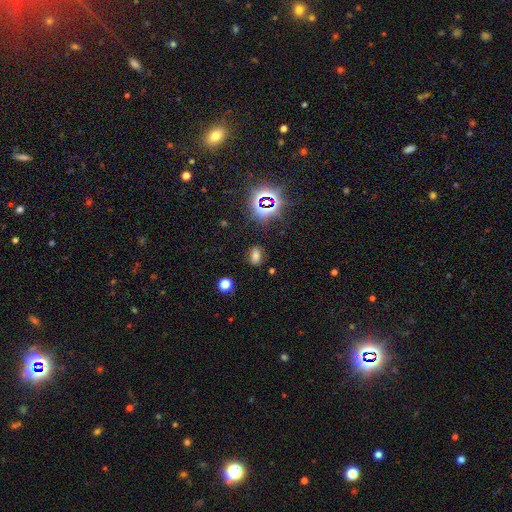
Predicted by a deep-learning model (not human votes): Smooth or featured? smooth (57%)
How rounded? in between (79%)
Merging? none (83%)